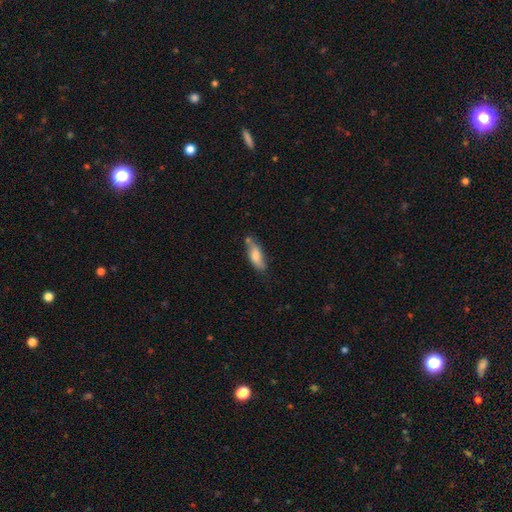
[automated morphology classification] The model was most divided on "merging": none: 58%, minor disturbance: 25%, merger: 11%, major disturbance: 6%. More confident: smooth or featured — smooth (73%); how rounded — in between (66%).